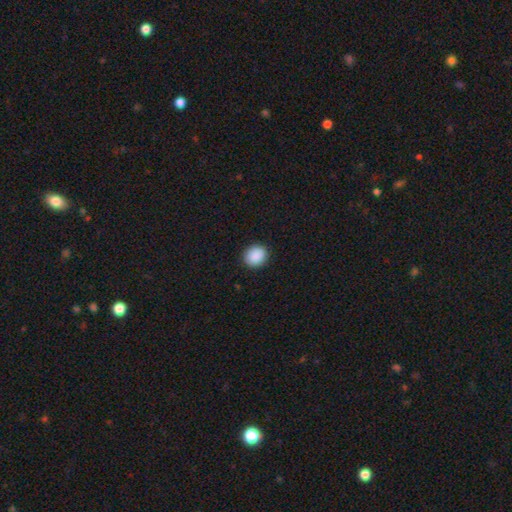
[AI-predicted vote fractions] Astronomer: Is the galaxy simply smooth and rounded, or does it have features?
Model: smooth — 90%.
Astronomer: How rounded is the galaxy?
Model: round — 73%.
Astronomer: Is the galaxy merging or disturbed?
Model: none — 91%.